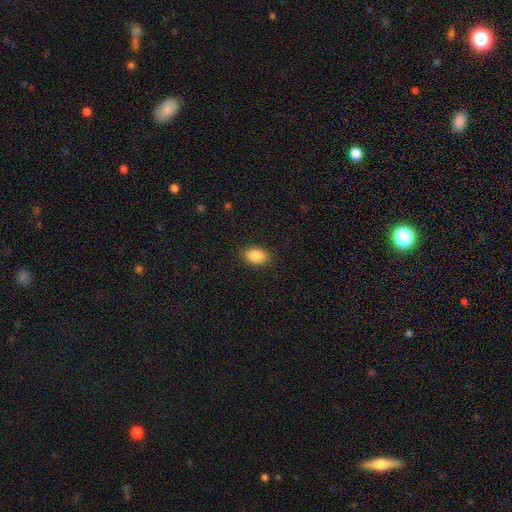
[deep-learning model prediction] A smooth galaxy with no disk features (86%) that is in between round and cigar-shaped (86%). Merging: none (87%).